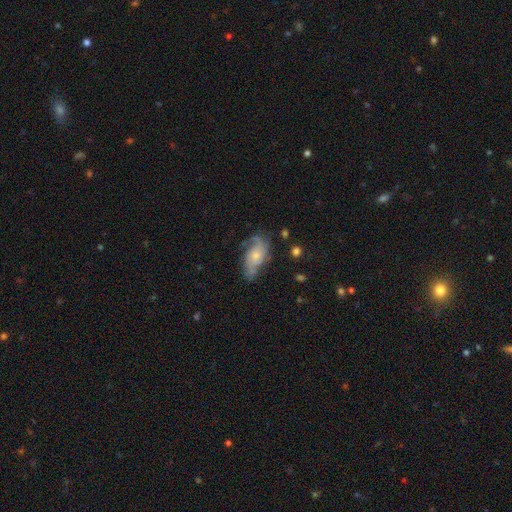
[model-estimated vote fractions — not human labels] This is likely a featured or disk galaxy (74%). It is clearly not viewed edge-on (95%). Bar: likely no (72%). Spiral arm pattern: clearly yes (92%). Spiral arm count: marginally 2 (44%). Spiral winding: marginally medium (44%). Central bulge: possibly small (53%). Merging: possibly none (60%).